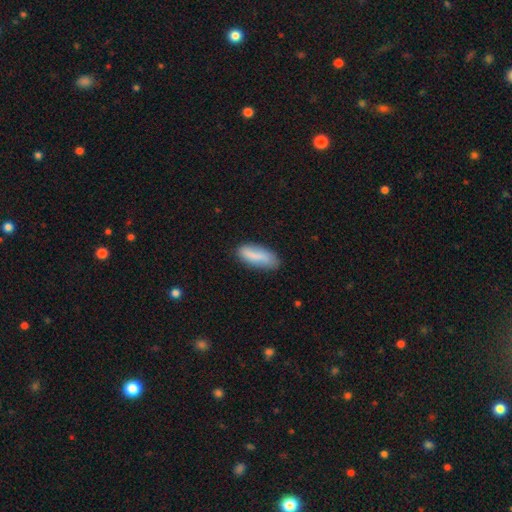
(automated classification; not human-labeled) Smooth or featured: smooth — 78% (featured or disk — 15%)
How rounded: in between — 71% (cigar-shaped — 27%)
Merging: none — 73% (minor disturbance — 20%)